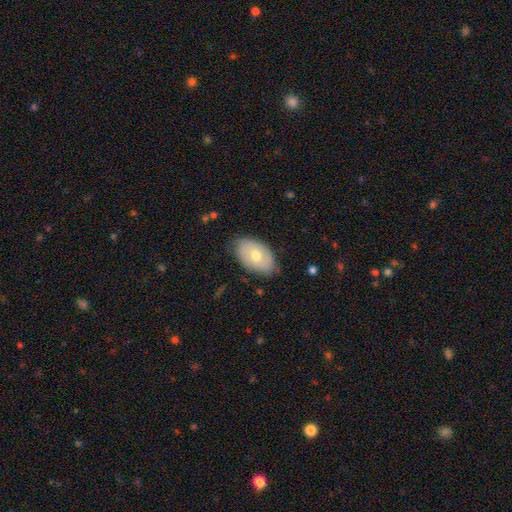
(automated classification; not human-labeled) The model was most divided on "smooth or featured": smooth: 60%, featured or disk: 33%, star or artifact: 7%. More confident: how rounded — in between (91%); merging — none (76%).